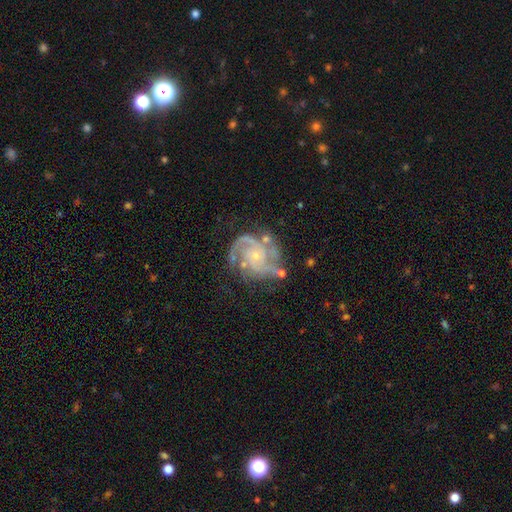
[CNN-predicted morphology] Smooth or featured?
  - featured or disk: 90% *
  - star or artifact: 5%
  - smooth: 5%
Edge-on disk?
  - no: 98% *
  - yes: 2%
Bar?
  - no: 71% *
  - weak: 23%
  - strong: 6%
Spiral arms?
  - yes: 97% *
  - no: 3%
Spiral winding?
  - tight: 50% *
  - medium: 42%
  - loose: 8%
Spiral arm count?
  - 2: 40% *
  - 3: 32%
  - can't tell: 11%
  - 4: 8%
  - 1: 5%
  - more than 4: 4%
Bulge size?
  - small: 79% *
  - moderate: 15%
  - none: 4%
  - large: 1%
  - dominant: 1%
Merging?
  - none: 64% *
  - minor disturbance: 21%
  - major disturbance: 11%
  - merger: 5%